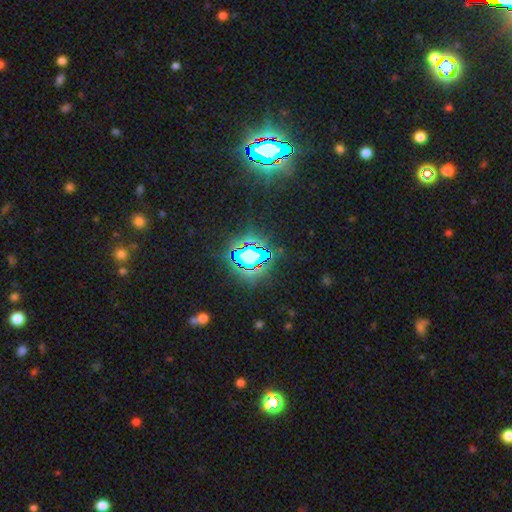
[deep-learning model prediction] A star or artifact, not a galaxy (80%).